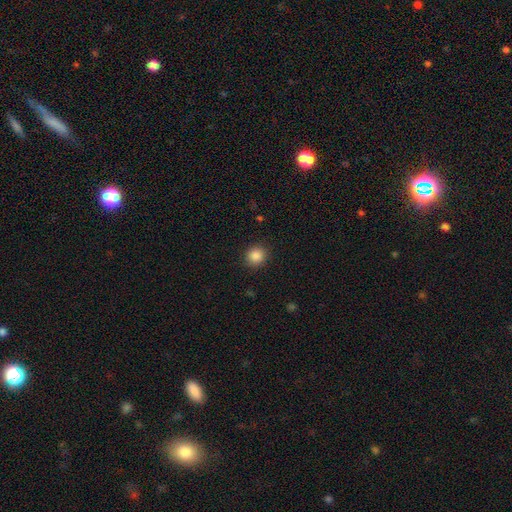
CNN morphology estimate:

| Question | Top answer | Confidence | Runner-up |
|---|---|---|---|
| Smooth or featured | smooth | 87% | star or artifact (10%) |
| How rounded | round | 88% | in between (11%) |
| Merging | none | 90% | minor disturbance (7%) |